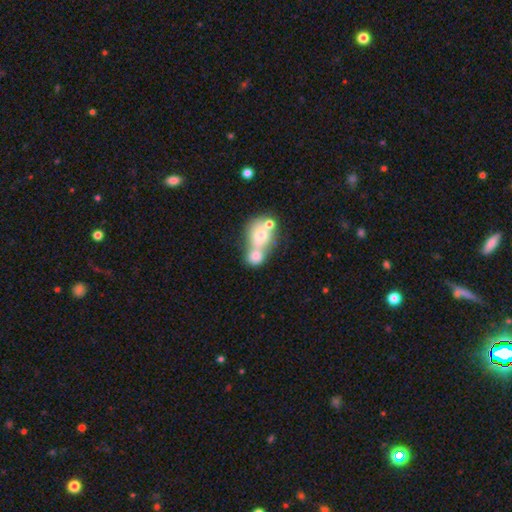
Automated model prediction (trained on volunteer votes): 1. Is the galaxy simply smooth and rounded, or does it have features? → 63% smooth, 26% featured or disk, 11% star or artifact.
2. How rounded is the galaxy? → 55% round, 43% in between, 2% cigar-shaped.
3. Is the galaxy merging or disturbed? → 68% merger, 19% none, 7% minor disturbance, 6% major disturbance.